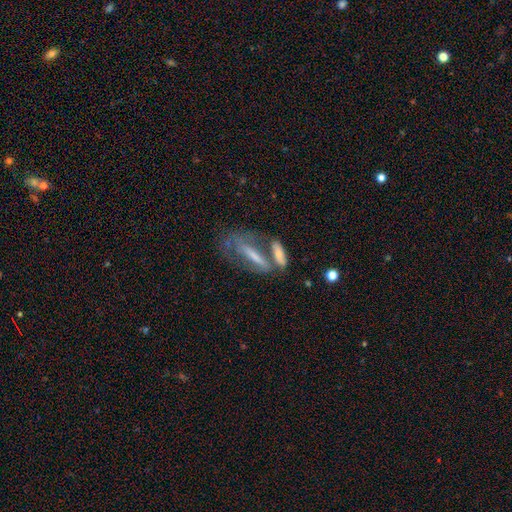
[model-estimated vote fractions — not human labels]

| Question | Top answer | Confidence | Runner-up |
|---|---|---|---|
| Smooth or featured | featured or disk | 54% | smooth (35%) |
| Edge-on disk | no | 60% | yes (40%) |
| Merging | none | 38% | merger (36%) |